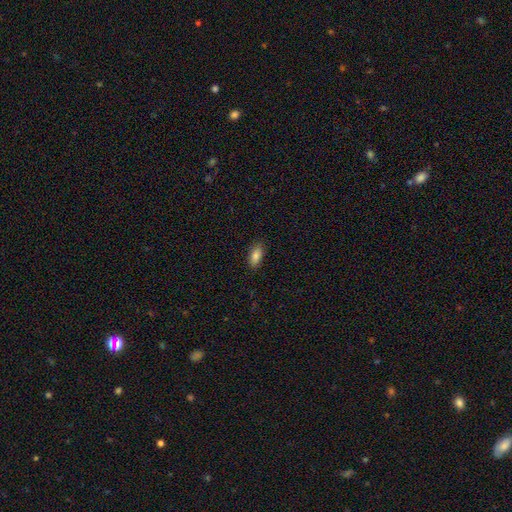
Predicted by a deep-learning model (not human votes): A smooth galaxy with no disk features (85%) that is in between round and cigar-shaped (86%). Merging: none (87%).